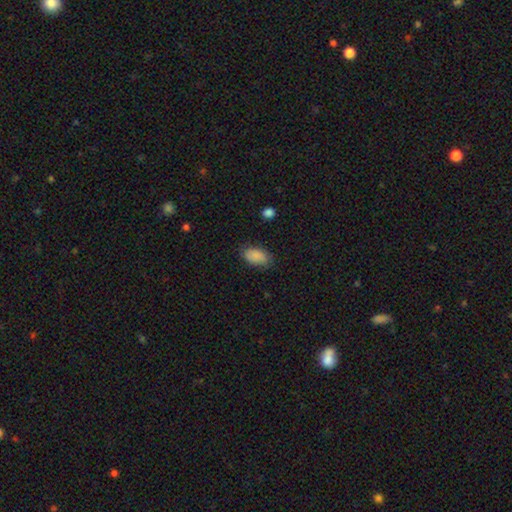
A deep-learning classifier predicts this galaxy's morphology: Smooth or featured: smooth — 88% (star or artifact — 7%)
How rounded: in between — 93% (round — 5%)
Merging: none — 79% (minor disturbance — 16%)